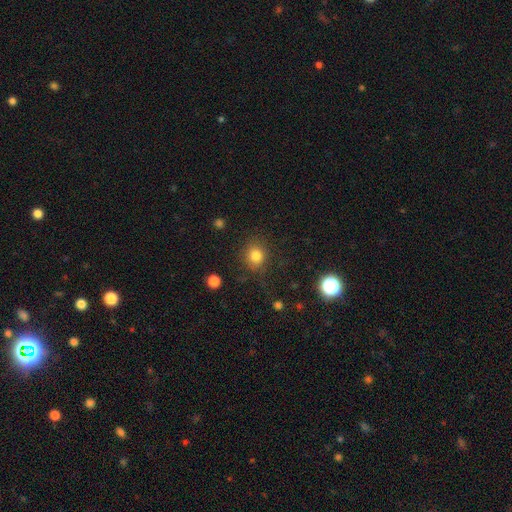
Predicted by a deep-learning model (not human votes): The model was most divided on "how rounded": round: 82%, in between: 17%, cigar-shaped: 1%. More confident: merging — none (82%); smooth or featured — smooth (81%).